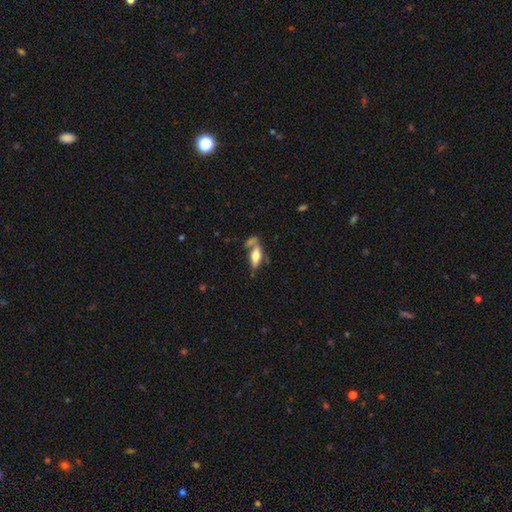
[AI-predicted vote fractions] Smooth or featured? smooth (54%)
How rounded? in between (61%)
Merging? none (51%)